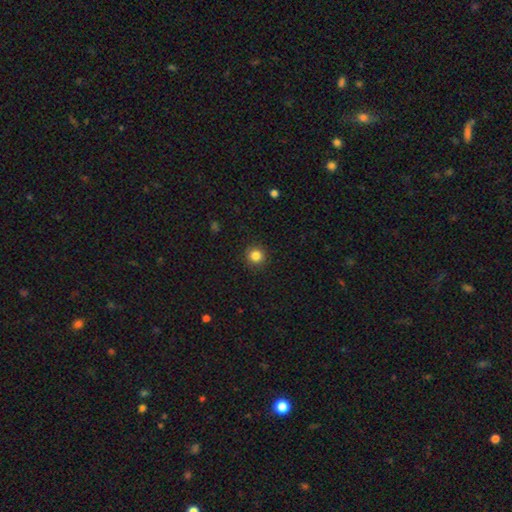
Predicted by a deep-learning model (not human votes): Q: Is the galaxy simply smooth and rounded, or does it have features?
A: smooth — 84%.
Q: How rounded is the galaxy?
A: round — 94%.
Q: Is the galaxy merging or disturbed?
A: none — 91%.